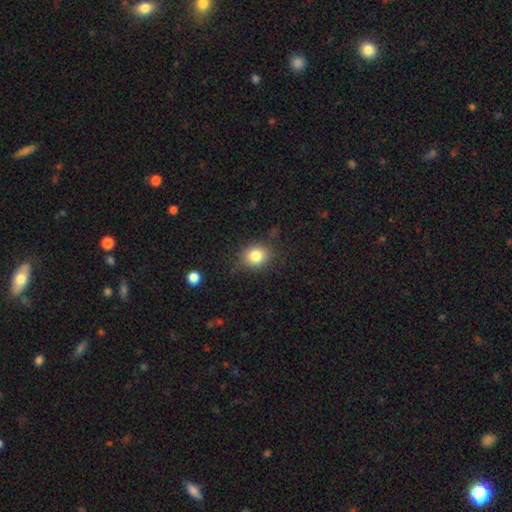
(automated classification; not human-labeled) A smooth galaxy with no disk features (81%) that is round (75%). Merging: none (79%).